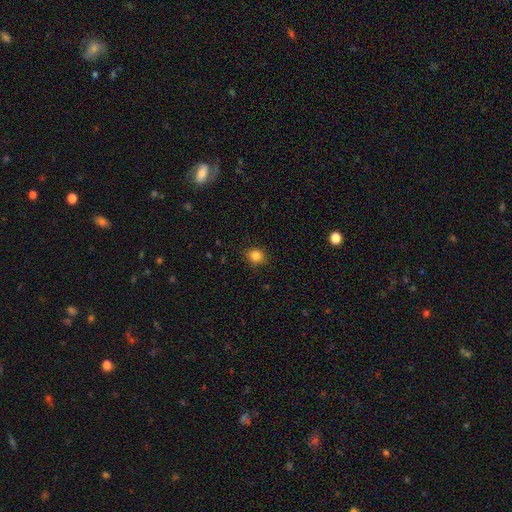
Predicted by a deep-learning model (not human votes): Smooth or featured? smooth (83%)
How rounded? round (82%)
Merging? none (87%)